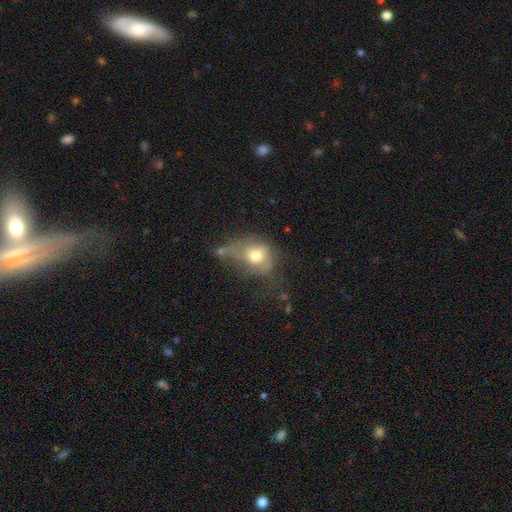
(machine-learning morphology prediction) smooth 62%, featured or disk 27%, star or artifact 11%. Down the decision tree: how rounded — in between (50%); merging — major disturbance (38%).